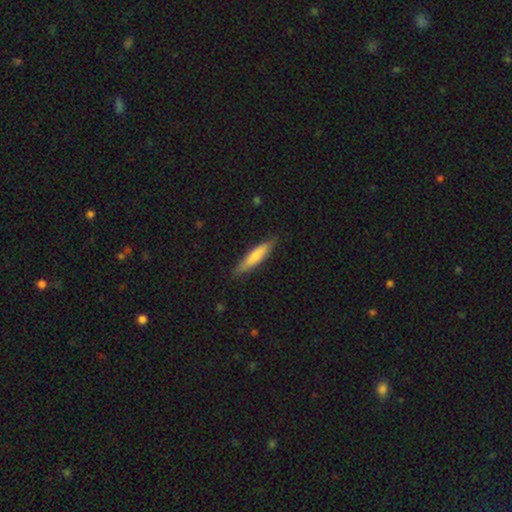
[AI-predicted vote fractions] Smooth or featured? smooth (72%)
How rounded? cigar-shaped (79%)
Merging? none (82%)